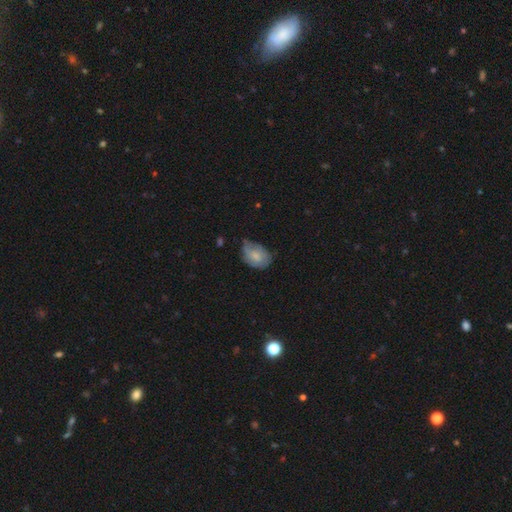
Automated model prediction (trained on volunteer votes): The model was most divided on "merging": none: 49%, minor disturbance: 39%, major disturbance: 10%, merger: 2%. More confident: how rounded — in between (82%); smooth or featured — smooth (64%).